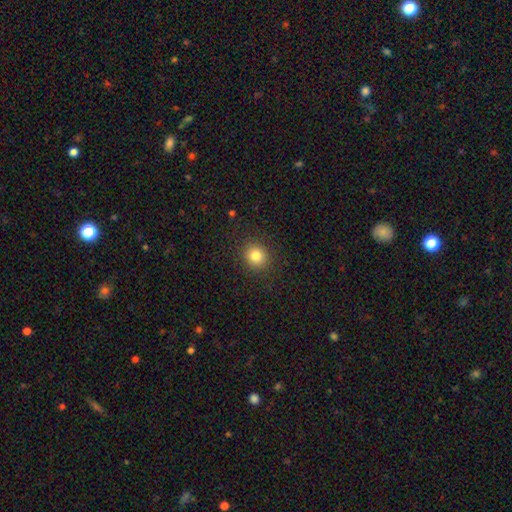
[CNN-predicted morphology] Q: Smooth or featured?
A: smooth (82%); runner-up: star or artifact (12%)
Q: How rounded?
A: round (87%); runner-up: in between (12%)
Q: Merging?
A: none (90%); runner-up: minor disturbance (7%)